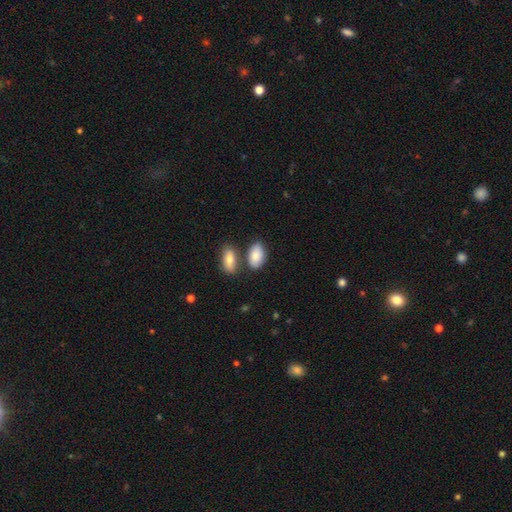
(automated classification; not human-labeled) Q: Smooth or featured?
A: smooth (84%); runner-up: featured or disk (10%)
Q: How rounded?
A: in between (93%); runner-up: round (5%)
Q: Merging?
A: none (60%); runner-up: merger (21%)